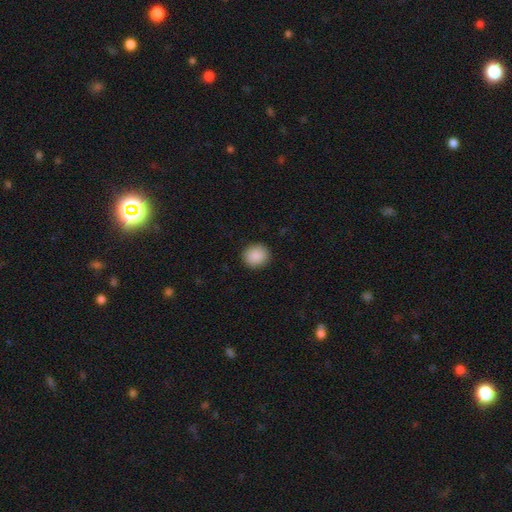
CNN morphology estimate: smooth 89%, star or artifact 8%, featured or disk 3%. Down the decision tree: how rounded — round (87%); merging — none (91%).